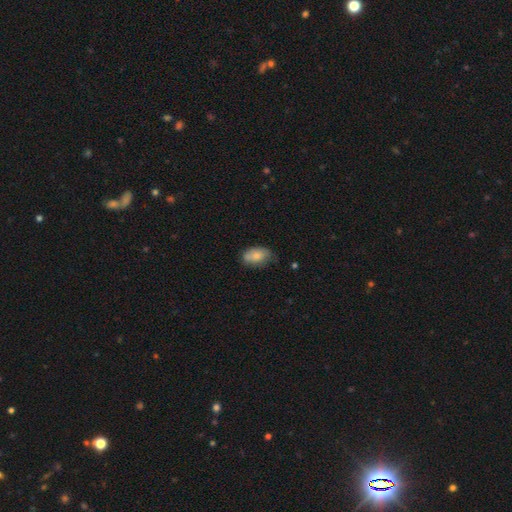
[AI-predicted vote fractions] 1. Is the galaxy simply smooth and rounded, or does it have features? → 79% smooth, 13% featured or disk, 7% star or artifact.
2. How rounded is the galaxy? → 91% in between, 6% round, 2% cigar-shaped.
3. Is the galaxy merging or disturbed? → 61% none, 30% minor disturbance, 6% major disturbance, 4% merger.